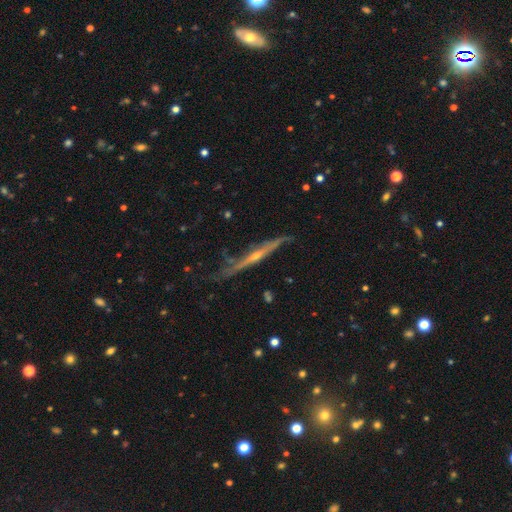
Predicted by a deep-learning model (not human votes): featured or disk 76%, smooth 15%, star or artifact 9%. Down the decision tree: edge-on disk — yes (90%); edge-on bulge — rounded (75%); merging — none (74%).